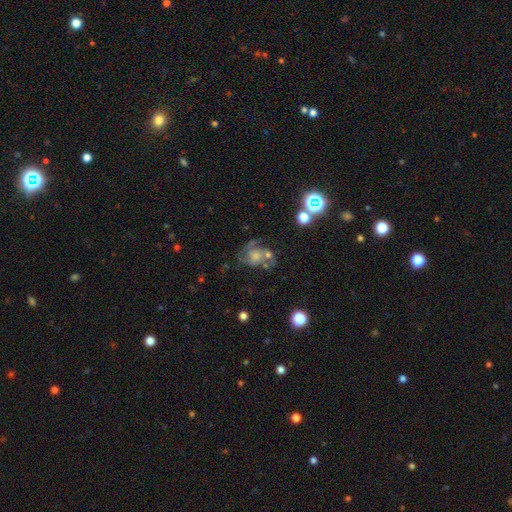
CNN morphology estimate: Q: Smooth or featured?
A: featured or disk (65%); runner-up: smooth (18%)
Q: Edge-on disk?
A: no (97%); runner-up: yes (3%)
Q: Bar?
A: no (74%); runner-up: weak (22%)
Q: Spiral arms?
A: yes (86%); runner-up: no (14%)
Q: Spiral winding?
A: medium (49%); runner-up: tight (32%)
Q: Spiral arm count?
A: 2 (49%); runner-up: can't tell (21%)
Q: Bulge size?
A: moderate (40%); runner-up: small (35%)
Q: Merging?
A: none (48%); runner-up: major disturbance (18%)